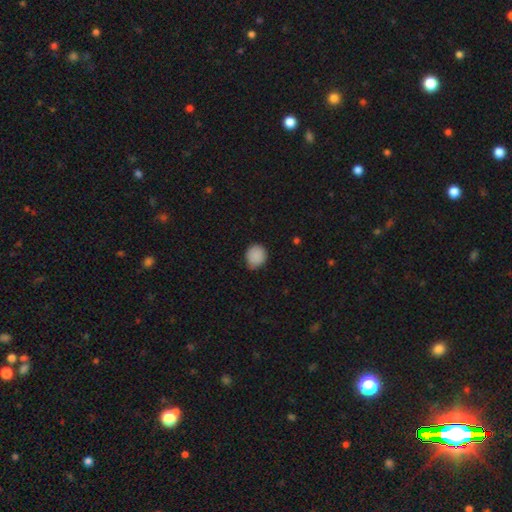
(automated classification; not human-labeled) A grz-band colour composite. It shows a smooth galaxy with no disk features (88%) that is round (80%). Merging: none (74%).